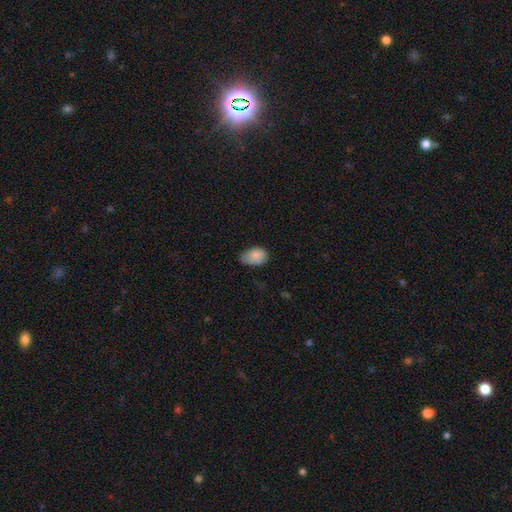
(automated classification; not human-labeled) smooth_or_featured: smooth (p=0.82) [alt: featured or disk p=0.10]
how_rounded: in between (p=0.87) [alt: round p=0.11]
merging: none (p=0.44) [alt: minor disturbance p=0.43]